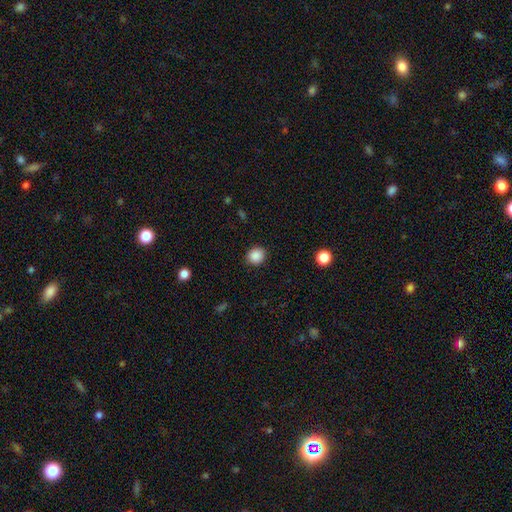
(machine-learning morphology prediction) A smooth galaxy with no disk features (88%) that is round (80%).

Vote fractions:
- Smooth or featured? smooth: 88% / star or artifact: 9% / featured or disk: 3%
- How rounded? round: 80% / in between: 20% / cigar-shaped: 1%
- Merging? none: 90% / minor disturbance: 7% / major disturbance: 2% / merger: 1%